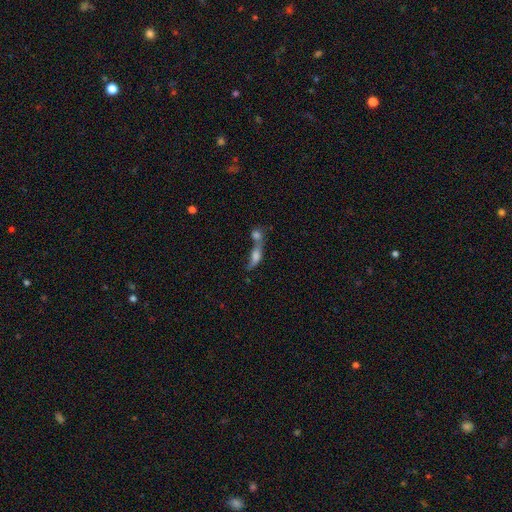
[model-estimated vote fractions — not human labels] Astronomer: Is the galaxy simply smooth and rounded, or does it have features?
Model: smooth — 55% (runner-up: featured or disk, 32%).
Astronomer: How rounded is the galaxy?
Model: in between — 51% (runner-up: cigar-shaped, 37%).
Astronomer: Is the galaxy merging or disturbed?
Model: merger — 64%.